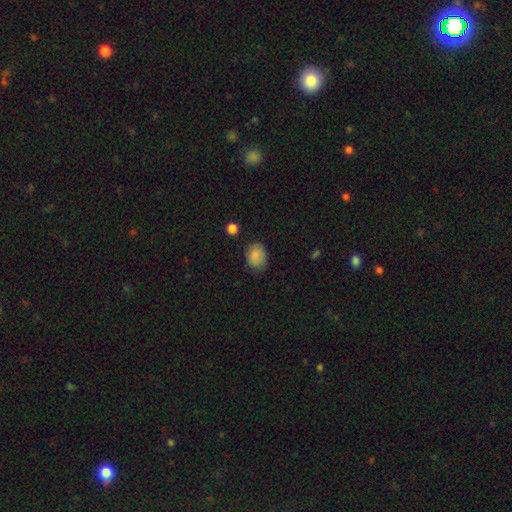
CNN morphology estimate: Smooth or featured? smooth (87%)
How rounded? in between (54%)
Merging? none (78%)